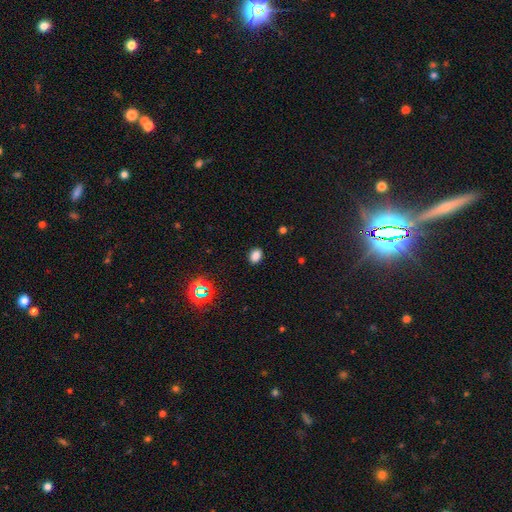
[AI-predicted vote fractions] A smooth galaxy with no disk features (81%) that is in between round and cigar-shaped (75%).

Vote fractions:
- Smooth or featured? smooth: 81% / star or artifact: 15% / featured or disk: 4%
- How rounded? in between: 75% / round: 24% / cigar-shaped: 1%
- Merging? none: 89% / minor disturbance: 8% / major disturbance: 2% / merger: 1%